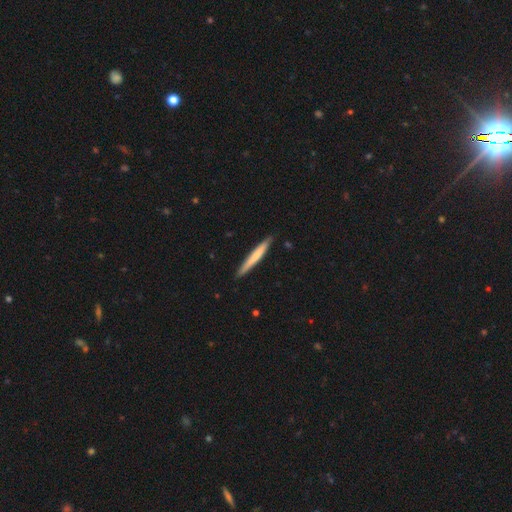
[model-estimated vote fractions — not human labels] This is likely a smooth galaxy (63%). How rounded: clearly cigar-shaped (96%). Merging: clearly none (89%).